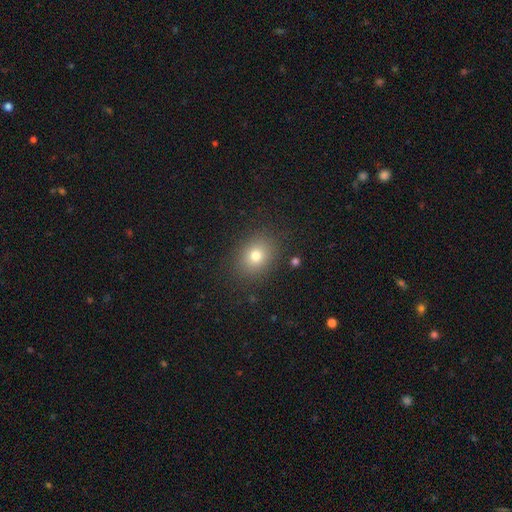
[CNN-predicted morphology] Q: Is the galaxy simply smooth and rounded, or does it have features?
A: smooth — 76%.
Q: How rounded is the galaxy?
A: round — 50%.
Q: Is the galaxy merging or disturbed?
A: none — 86%.